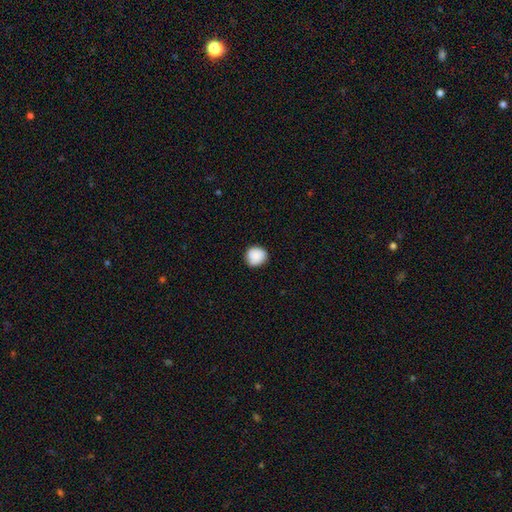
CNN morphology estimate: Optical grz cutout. It shows a smooth galaxy with no disk features (87%) that is round (86%). Merging: none (84%).